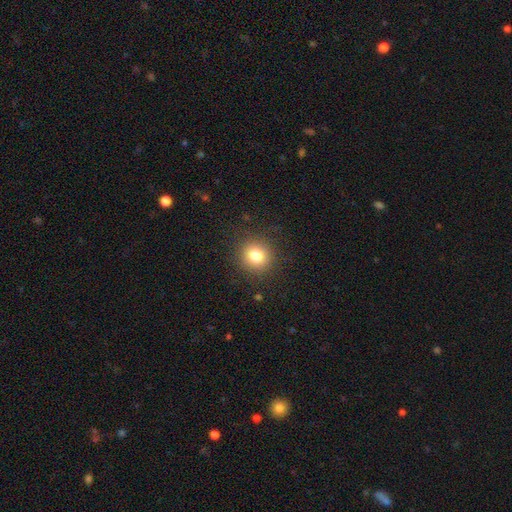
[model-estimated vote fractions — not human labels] Overall: smooth (80%). How rounded: round (91%). Merging: none (89%).